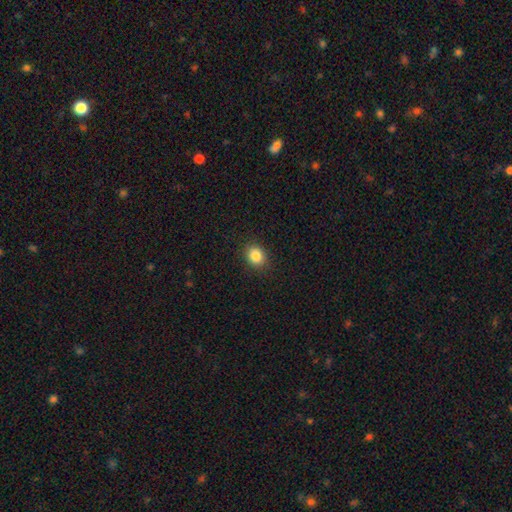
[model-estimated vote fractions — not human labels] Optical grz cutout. It shows a smooth galaxy with no disk features (85%) that is round (57%). Merging: none (89%).